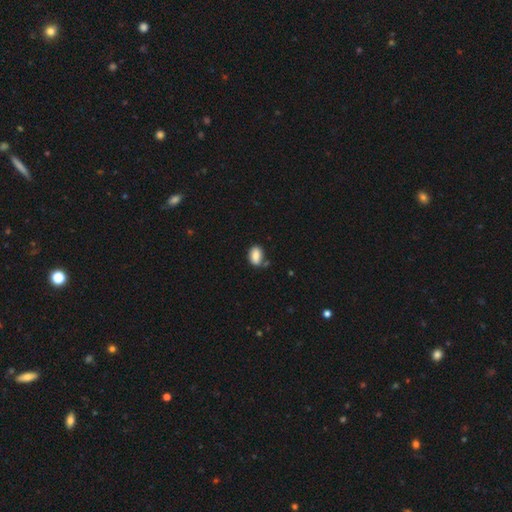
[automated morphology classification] Overall: smooth (85%). How rounded: in between (86%). Merging: none (62%; minor disturbance 22%).